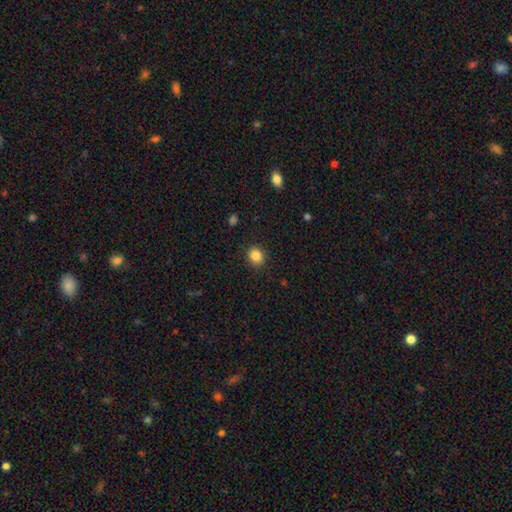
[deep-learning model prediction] Smooth or featured?
  - smooth: 85% *
  - star or artifact: 10%
  - featured or disk: 5%
How rounded?
  - round: 77% *
  - in between: 22%
  - cigar-shaped: 1%
Merging?
  - none: 90% *
  - minor disturbance: 7%
  - major disturbance: 2%
  - merger: 1%